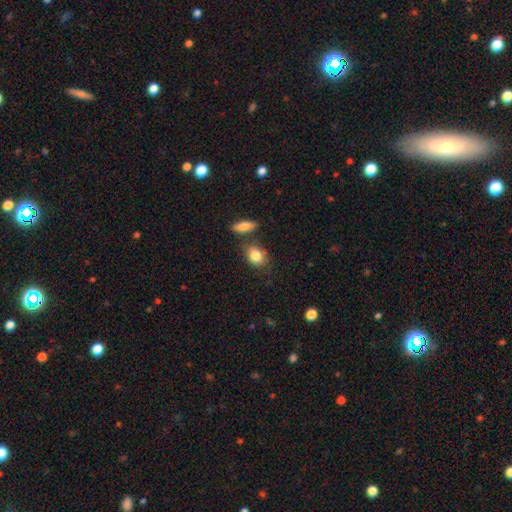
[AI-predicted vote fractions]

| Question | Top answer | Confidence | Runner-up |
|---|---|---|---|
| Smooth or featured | smooth | 84% | featured or disk (9%) |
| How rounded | in between | 68% | round (30%) |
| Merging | none | 64% | merger (17%) |